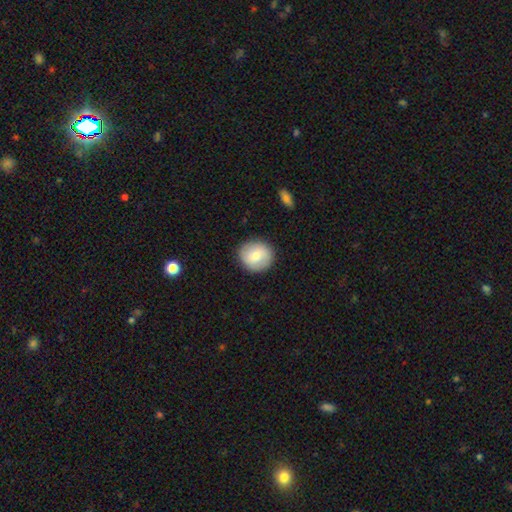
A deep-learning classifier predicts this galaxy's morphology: This is likely a smooth galaxy (71%). How rounded: clearly round (87%). Merging: clearly none (89%).